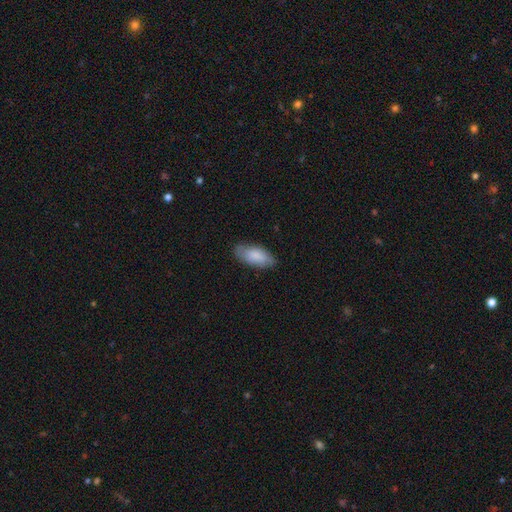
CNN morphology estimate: A smooth galaxy with no disk features (82%) that is in between round and cigar-shaped (90%).

Vote fractions:
- Smooth or featured? smooth: 82% / featured or disk: 12% / star or artifact: 6%
- How rounded? in between: 90% / cigar-shaped: 9% / round: 2%
- Merging? none: 79% / minor disturbance: 17% / major disturbance: 3% / merger: 1%